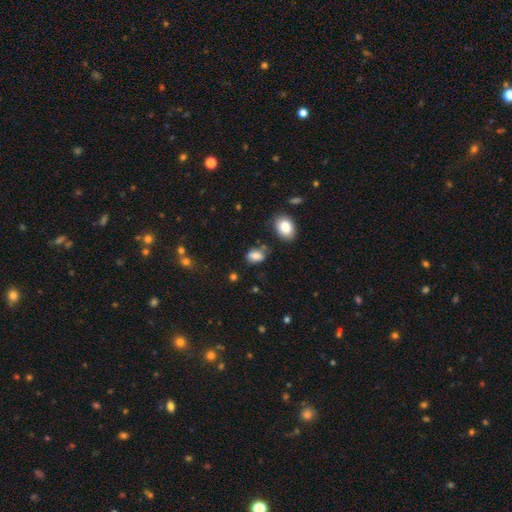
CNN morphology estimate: Smooth or featured?
  - smooth: 80% *
  - star or artifact: 11%
  - featured or disk: 9%
How rounded?
  - in between: 82% *
  - round: 15%
  - cigar-shaped: 2%
Merging?
  - none: 62% *
  - minor disturbance: 23%
  - merger: 8%
  - major disturbance: 7%